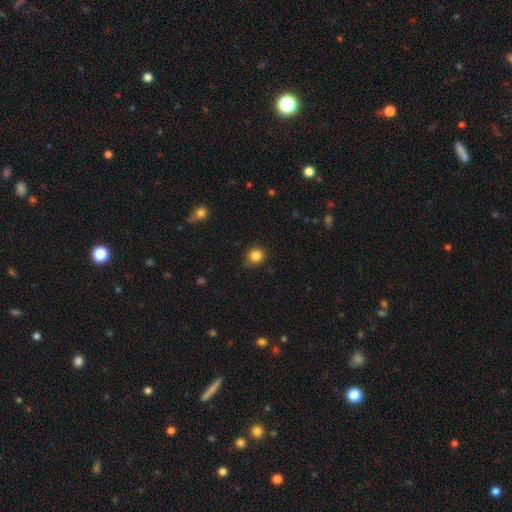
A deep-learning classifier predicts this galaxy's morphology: Smooth or featured: smooth — 85% (star or artifact — 11%)
How rounded: round — 88% (in between — 11%)
Merging: none — 78% (minor disturbance — 17%)